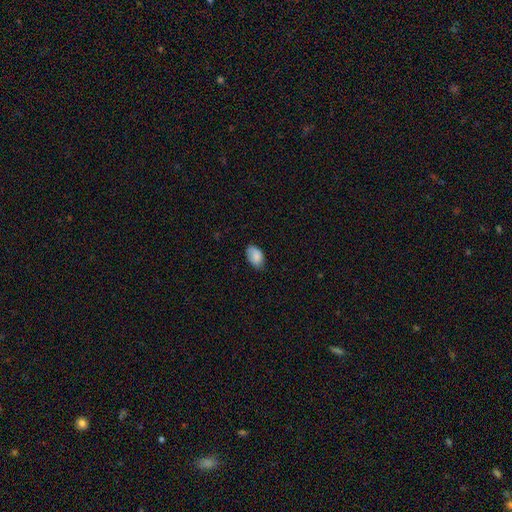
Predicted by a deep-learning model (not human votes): Smooth or featured? Predicted: smooth (p=0.86). How rounded? Predicted: in between (p=0.90). Merging? Predicted: none (p=0.71).